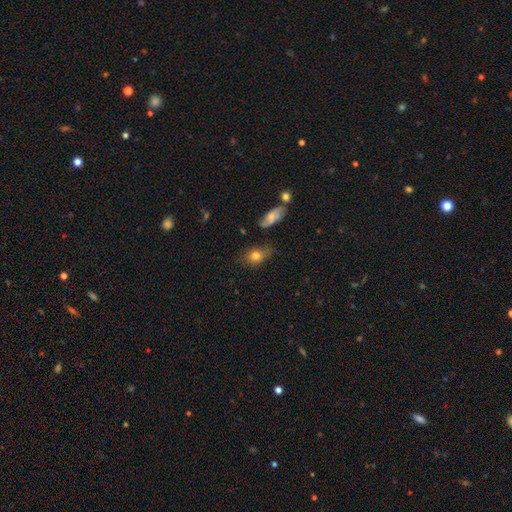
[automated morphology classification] This appears to be a smooth galaxy with no disk features (76%) that is in between round and cigar-shaped (67%). Merging: none (66%).